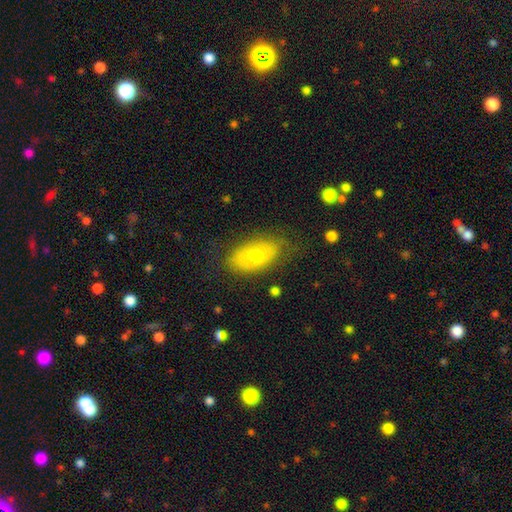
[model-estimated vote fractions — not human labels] Overall: smooth (58%; featured or disk 34%). How rounded: in between (90%). Merging: none (70%).